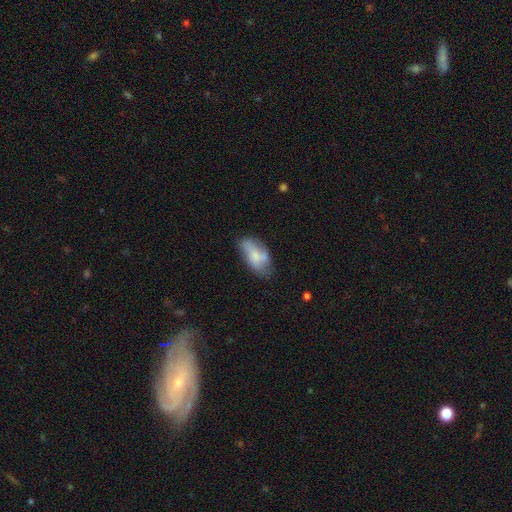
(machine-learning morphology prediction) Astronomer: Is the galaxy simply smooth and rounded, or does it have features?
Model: smooth — 60%.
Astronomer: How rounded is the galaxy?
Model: in between — 91%.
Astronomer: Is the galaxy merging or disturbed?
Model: none — 49% (runner-up: minor disturbance, 32%).